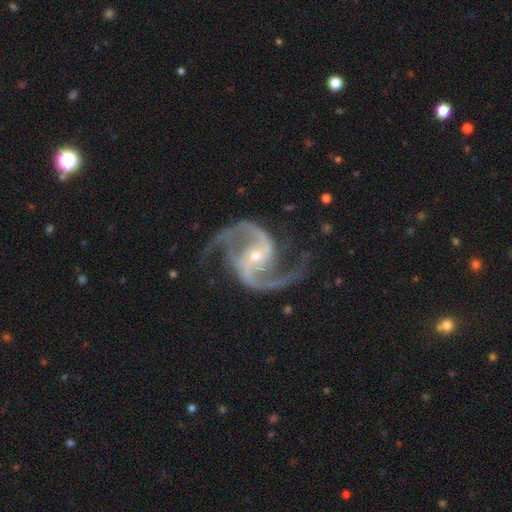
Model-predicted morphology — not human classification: smooth-or-featured: featured or disk: 94% | star or artifact: 4% | smooth: 2%
  disk-edge-on: no: 98% | yes: 2%
    bar: no: 38% | weak: 37% | strong: 26%
    has-spiral-arms: yes: 99% | no: 1%
      spiral-winding: medium: 60% | loose: 29% | tight: 10%
      spiral-arm-count: 2: 92% | 3: 3% | can't tell: 1% | 1: 1% | 4: 1% | more than 4: 1%
    bulge-size: small: 63% | moderate: 33% | large: 1% | none: 1% | dominant: 1%
  merging: none: 77% | minor disturbance: 14% | major disturbance: 7% | merger: 2%